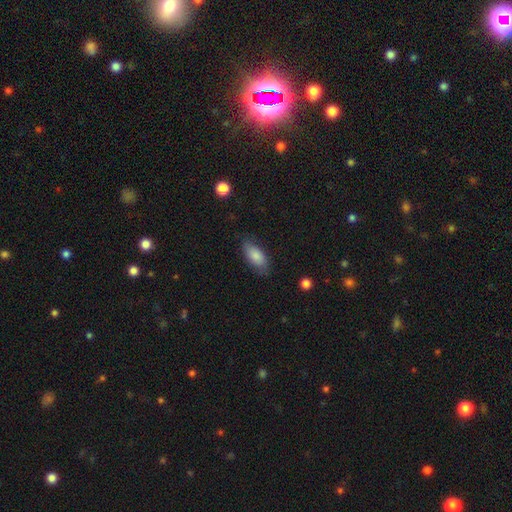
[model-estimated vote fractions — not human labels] The model was most divided on "merging": none: 76%, minor disturbance: 19%, major disturbance: 4%, merger: 1%. More confident: how rounded — in between (86%); smooth or featured — smooth (83%).